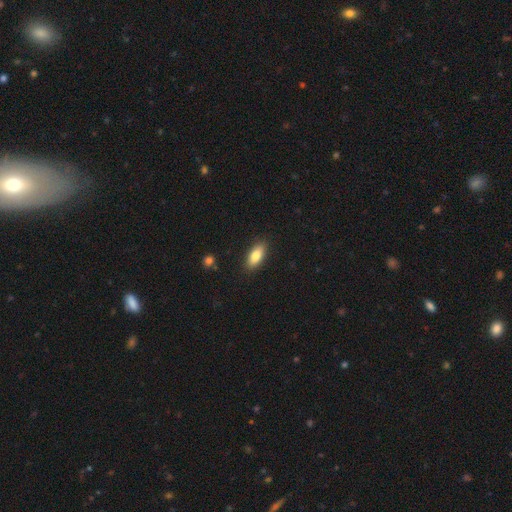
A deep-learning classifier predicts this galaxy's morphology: type=smooth (82%); roundness=in between (83%); merging=none (88%).